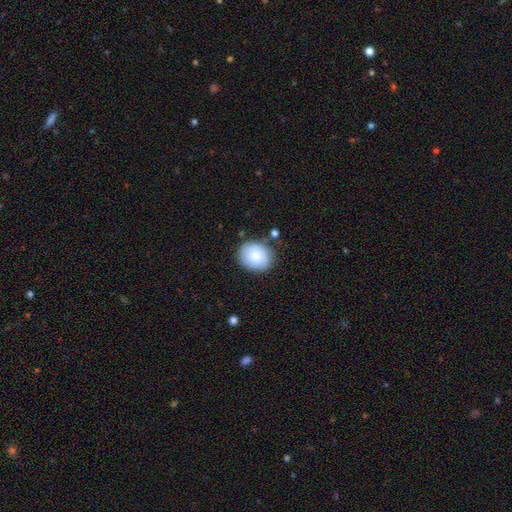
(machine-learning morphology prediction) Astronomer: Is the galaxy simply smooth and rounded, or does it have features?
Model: smooth — 84%.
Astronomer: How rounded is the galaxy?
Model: round — 59% (runner-up: in between, 40%).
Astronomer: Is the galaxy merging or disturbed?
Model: none — 80%.